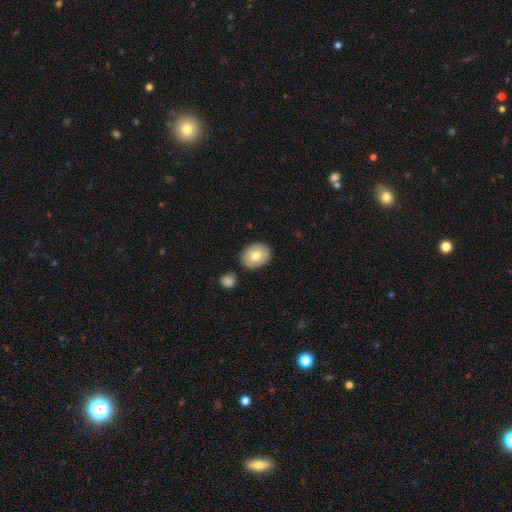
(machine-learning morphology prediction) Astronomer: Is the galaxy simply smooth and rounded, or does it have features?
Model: smooth — 74%.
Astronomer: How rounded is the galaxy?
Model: in between — 57% (runner-up: round, 42%).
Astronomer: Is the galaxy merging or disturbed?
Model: none — 78%.